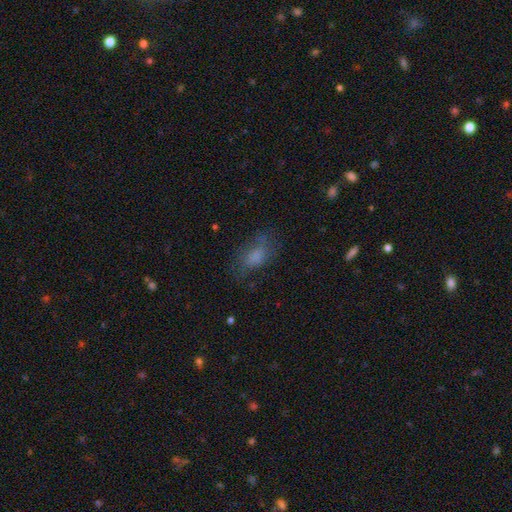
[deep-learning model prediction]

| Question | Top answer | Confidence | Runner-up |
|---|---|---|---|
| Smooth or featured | smooth | 65% | featured or disk (23%) |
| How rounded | in between | 85% | round (11%) |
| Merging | none | 57% | minor disturbance (23%) |